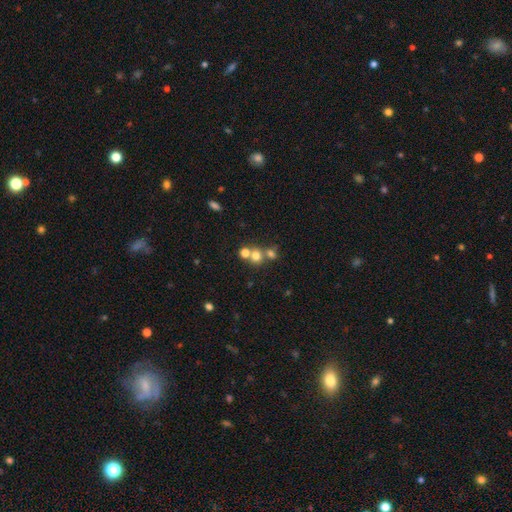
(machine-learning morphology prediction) Overall: smooth (68%). How rounded: round (83%). Merging: merger (46%; none 45%).